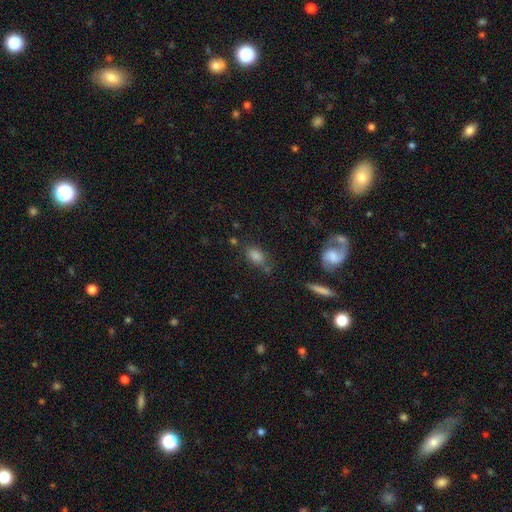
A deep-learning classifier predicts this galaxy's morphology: smooth-or-featured: smooth: 71% | featured or disk: 16% | star or artifact: 13%
  how-rounded: in between: 80% | round: 15% | cigar-shaped: 5%
  merging: none: 64% | minor disturbance: 19% | merger: 10% | major disturbance: 8%